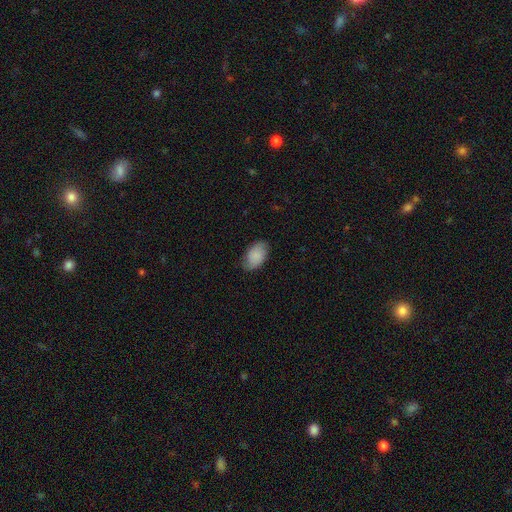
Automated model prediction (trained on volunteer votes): Overall: smooth (83%). How rounded: in between (92%). Merging: none (79%).